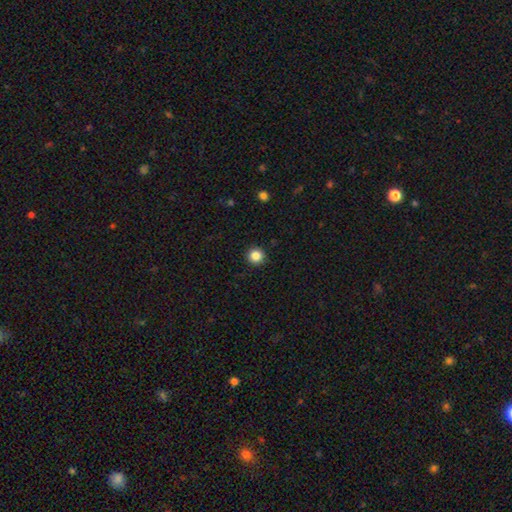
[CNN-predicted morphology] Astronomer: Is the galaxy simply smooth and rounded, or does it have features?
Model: smooth — 85%.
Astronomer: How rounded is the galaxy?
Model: round — 95%.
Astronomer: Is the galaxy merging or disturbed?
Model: none — 92%.